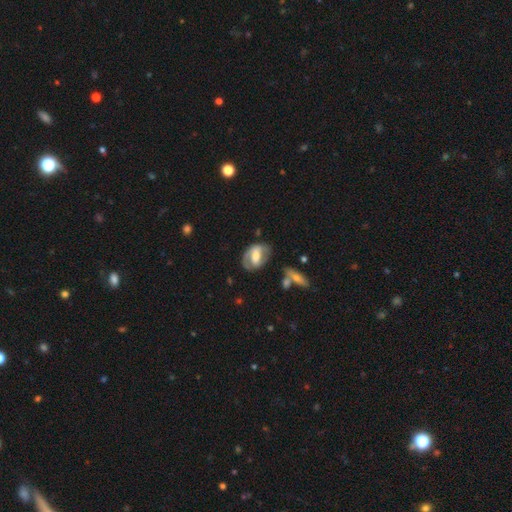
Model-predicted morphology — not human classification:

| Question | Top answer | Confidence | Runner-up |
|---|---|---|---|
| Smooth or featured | featured or disk | 60% | smooth (34%) |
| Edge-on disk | no | 94% | yes (6%) |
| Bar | weak | 39% | strong (36%) |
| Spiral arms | yes | 65% | no (35%) |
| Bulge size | moderate | 50% | large (25%) |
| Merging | none | 61% | minor disturbance (23%) |